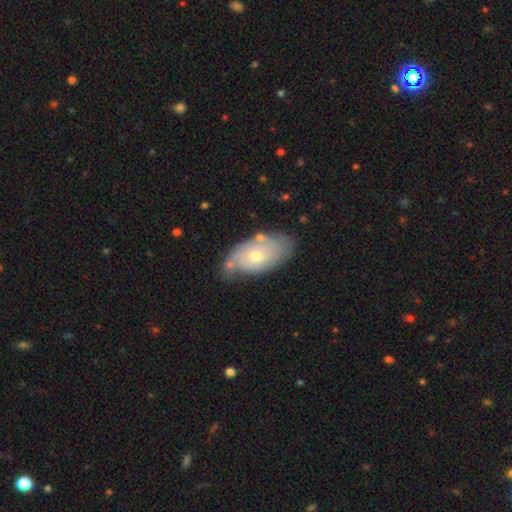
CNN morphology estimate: smooth_or_featured: featured or disk (p=0.51) [alt: smooth p=0.43]
disk_edge_on: no (p=0.92) [alt: yes p=0.08]
merging: none (p=0.55) [alt: minor disturbance p=0.27]